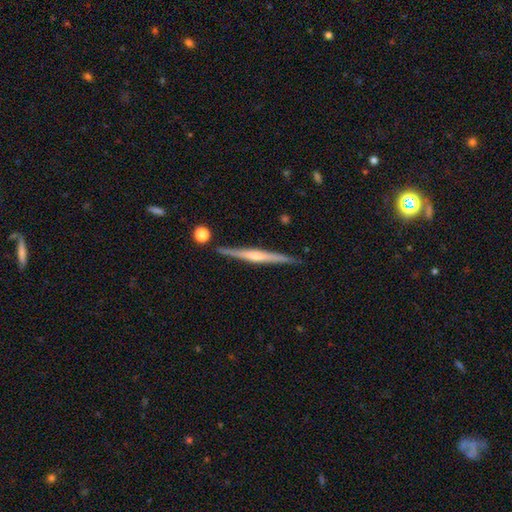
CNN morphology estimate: Smooth or featured?
  - featured or disk: 71% *
  - smooth: 24%
  - star or artifact: 6%
Edge-on disk?
  - yes: 98% *
  - no: 2%
Edge-on bulge?
  - rounded: 61% *
  - none: 26%
  - boxy: 14%
Merging?
  - none: 87% *
  - minor disturbance: 9%
  - merger: 3%
  - major disturbance: 2%